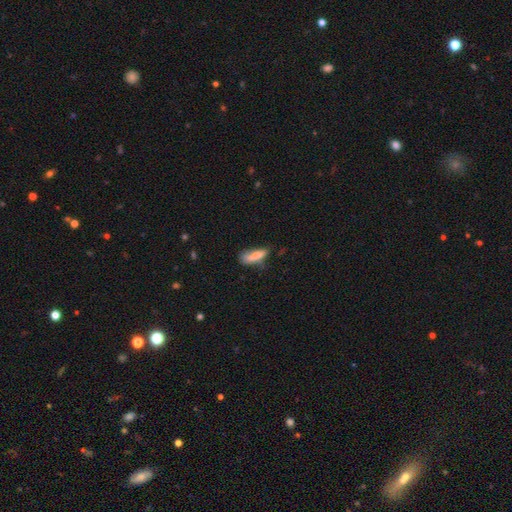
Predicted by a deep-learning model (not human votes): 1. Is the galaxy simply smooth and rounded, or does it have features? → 75% smooth, 17% featured or disk, 8% star or artifact.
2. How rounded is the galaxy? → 54% cigar-shaped, 44% in between, 2% round.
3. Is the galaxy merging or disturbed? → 44% none, 32% minor disturbance, 18% major disturbance, 6% merger.